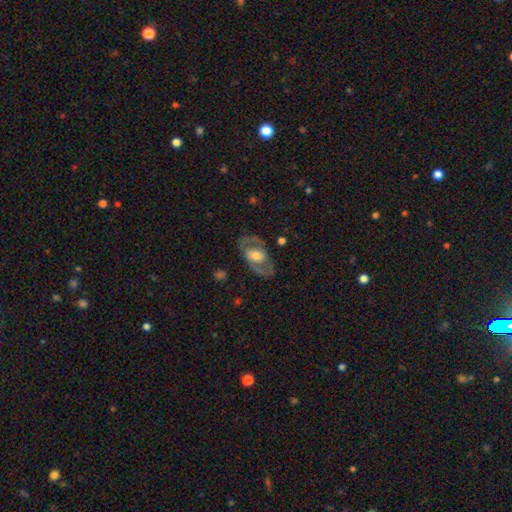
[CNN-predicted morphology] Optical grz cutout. It shows a featured or disk galaxy (66%) with no bar (60%), no spiral arms (54%) and a moderate central bulge (58%). Merging: none (75%).